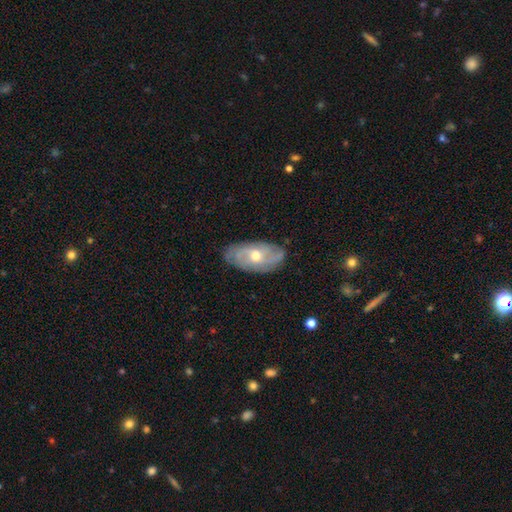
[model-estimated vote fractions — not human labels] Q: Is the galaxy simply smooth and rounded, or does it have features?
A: featured or disk — 76%.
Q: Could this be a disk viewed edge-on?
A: no — 91%.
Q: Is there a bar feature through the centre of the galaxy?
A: no — 67%.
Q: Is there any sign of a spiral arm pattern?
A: yes — 88%.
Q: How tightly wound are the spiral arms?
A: tight — 53%.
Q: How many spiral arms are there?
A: can't tell — 37%.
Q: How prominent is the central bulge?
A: moderate — 67%.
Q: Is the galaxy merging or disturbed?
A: none — 79%.